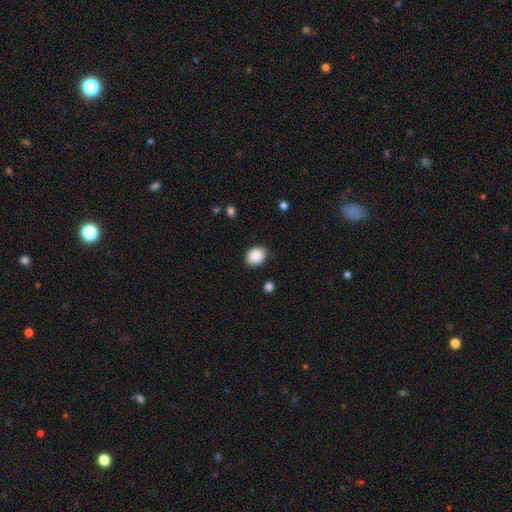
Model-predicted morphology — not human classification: Q: Smooth or featured?
A: smooth (89%); runner-up: star or artifact (8%)
Q: How rounded?
A: in between (50%); runner-up: round (49%)
Q: Merging?
A: none (85%); runner-up: minor disturbance (11%)